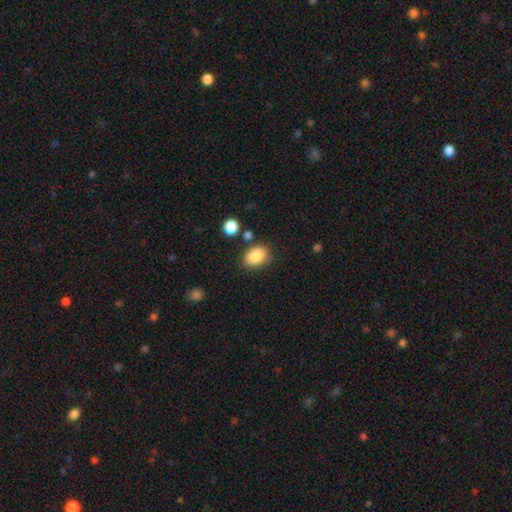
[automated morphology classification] type=smooth (86%); roundness=in between (76%); merging=none (75%).